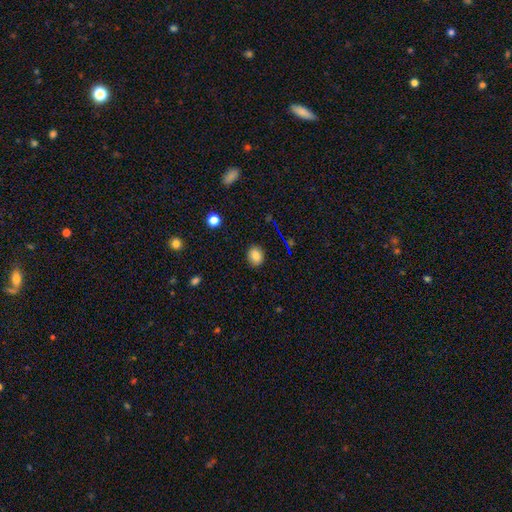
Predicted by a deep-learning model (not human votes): This is clearly a smooth galaxy (82%). How rounded: possibly round (56%). Merging: clearly none (87%).